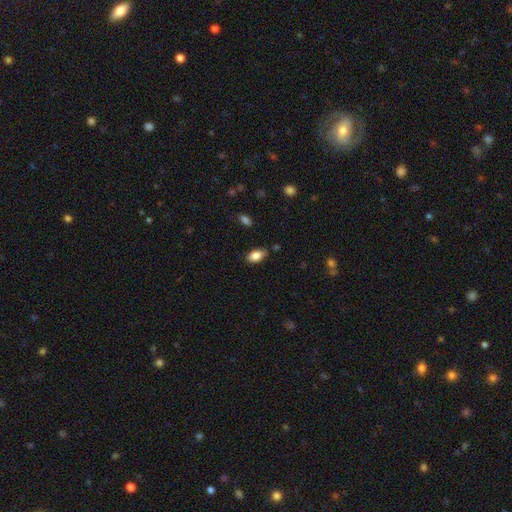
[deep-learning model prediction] This is clearly a smooth galaxy (85%). How rounded: clearly in between (92%). Merging: clearly none (80%).